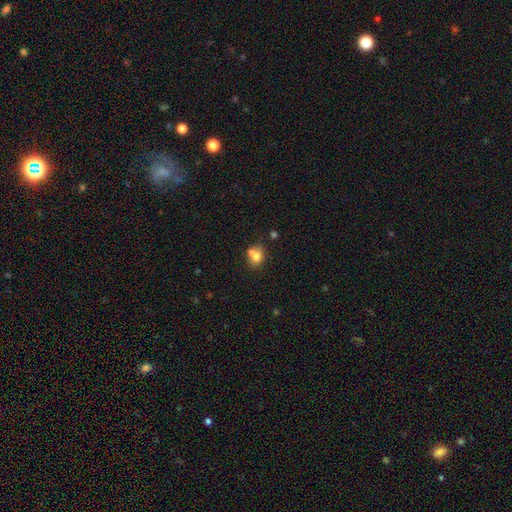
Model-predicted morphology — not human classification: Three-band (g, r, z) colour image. It shows a smooth galaxy with no disk features (72%) that is round (61%). Merging: merger (43%, tied with none).